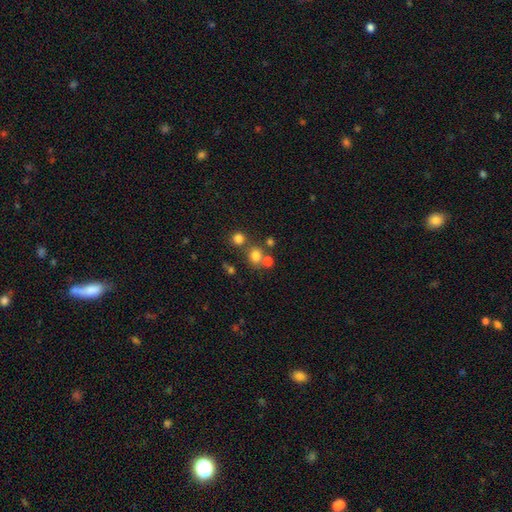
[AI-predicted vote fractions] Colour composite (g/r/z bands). It shows a smooth galaxy with no disk features (73%) that is round (77%). Merging: none (63%).